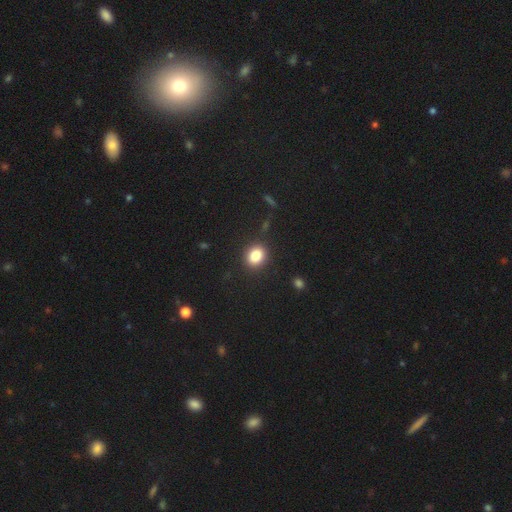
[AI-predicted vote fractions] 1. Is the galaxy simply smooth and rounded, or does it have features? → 85% smooth, 10% star or artifact, 5% featured or disk.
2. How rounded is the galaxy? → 59% round, 39% in between, 1% cigar-shaped.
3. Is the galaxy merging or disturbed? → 87% none, 8% minor disturbance, 3% major disturbance, 2% merger.